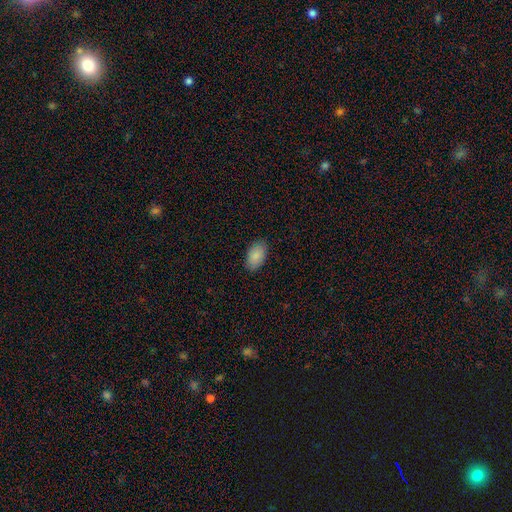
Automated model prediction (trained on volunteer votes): Smooth or featured: smooth — 88% (star or artifact — 6%)
How rounded: in between — 94% (round — 5%)
Merging: none — 86% (minor disturbance — 11%)